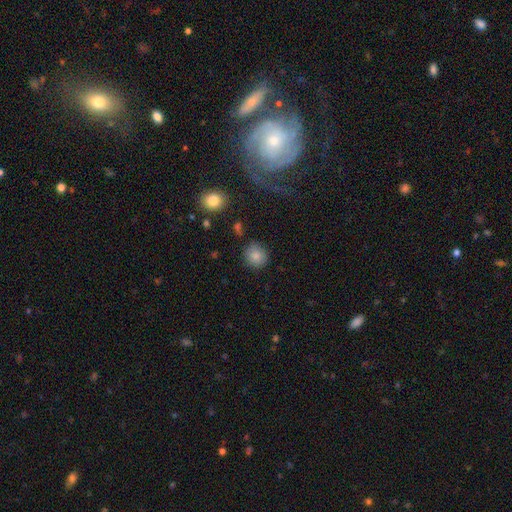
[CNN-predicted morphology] This is clearly a smooth galaxy (85%). How rounded: clearly round (86%). Merging: clearly none (84%).